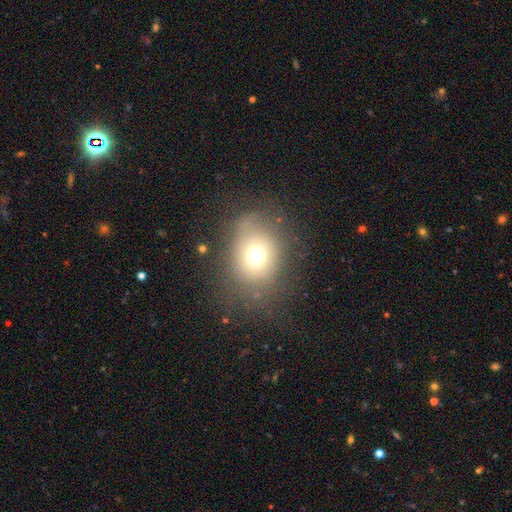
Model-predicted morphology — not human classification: smooth 65%, star or artifact 19%, featured or disk 16%. Down the decision tree: how rounded — round (66%); merging — none (70%).